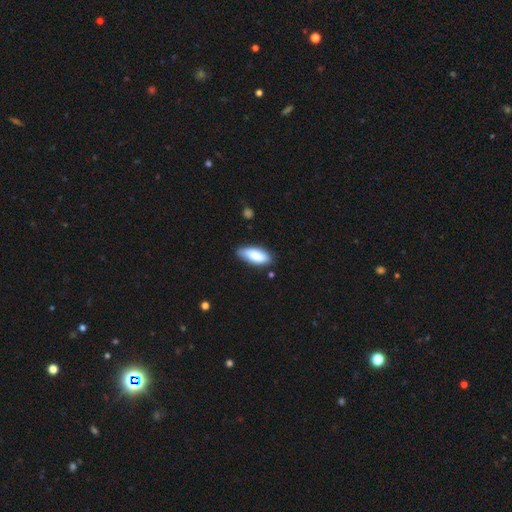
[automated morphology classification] Smooth or featured? Predicted: smooth (p=0.86). How rounded? Predicted: in between (p=0.78). Merging? Predicted: none (p=0.79).